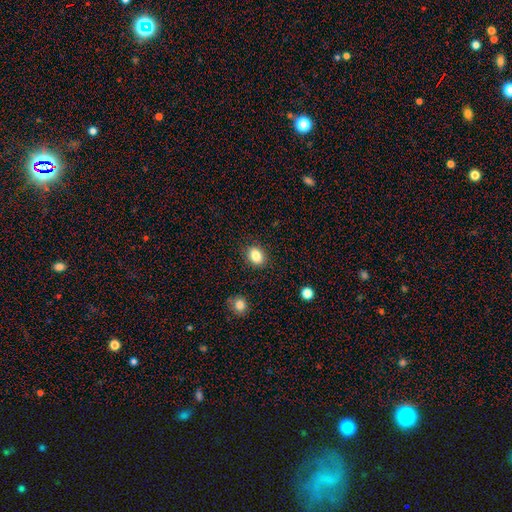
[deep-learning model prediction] Smooth or featured? Predicted: smooth (p=0.84). How rounded? Predicted: in between (p=0.60). Merging? Predicted: none (p=0.87).